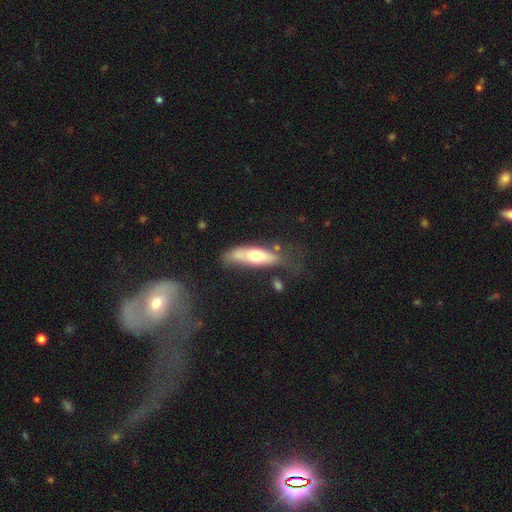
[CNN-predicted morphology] Smooth or featured? smooth (56%)
How rounded? cigar-shaped (52%)
Merging? none (43%)